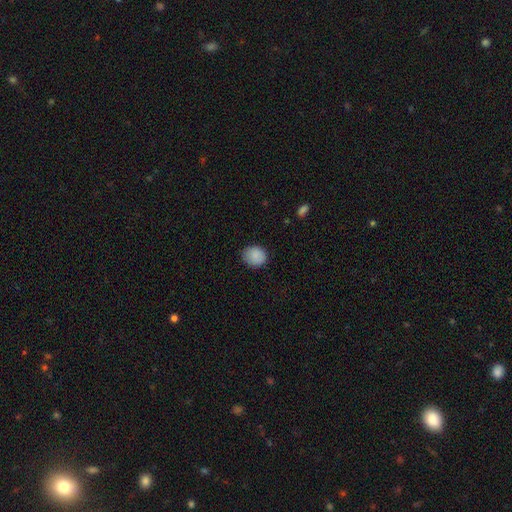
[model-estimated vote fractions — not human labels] Q: Smooth or featured?
A: smooth (88%); runner-up: star or artifact (8%)
Q: How rounded?
A: round (72%); runner-up: in between (27%)
Q: Merging?
A: none (82%); runner-up: minor disturbance (14%)